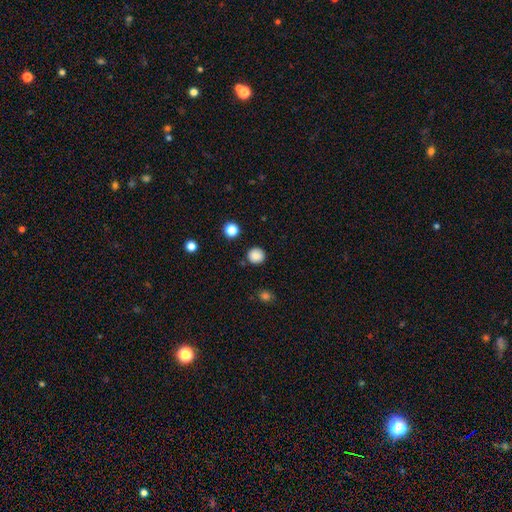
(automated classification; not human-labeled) smooth-or-featured: smooth: 86% | star or artifact: 10% | featured or disk: 4%
  how-rounded: round: 93% | in between: 6% | cigar-shaped: 1%
  merging: none: 89% | minor disturbance: 7% | major disturbance: 2% | merger: 2%